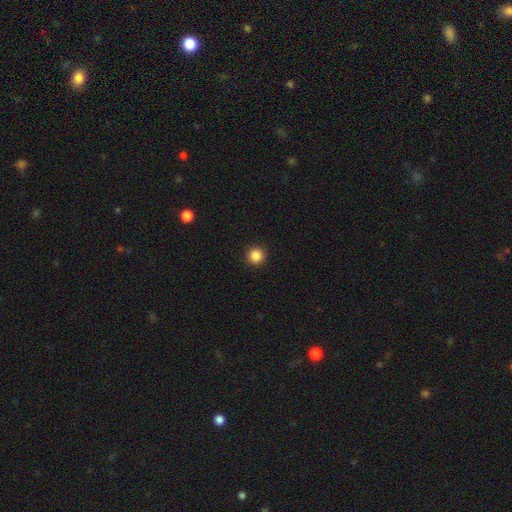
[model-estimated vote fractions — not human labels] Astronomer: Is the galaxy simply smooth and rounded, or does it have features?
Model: smooth — 86%.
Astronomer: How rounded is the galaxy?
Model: round — 96%.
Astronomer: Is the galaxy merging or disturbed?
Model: none — 93%.